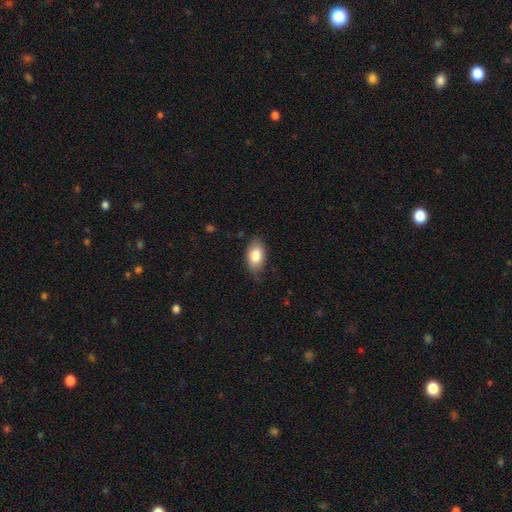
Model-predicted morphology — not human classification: Smooth or featured: smooth — 82% (featured or disk — 11%)
How rounded: in between — 92% (round — 6%)
Merging: none — 78% (minor disturbance — 18%)